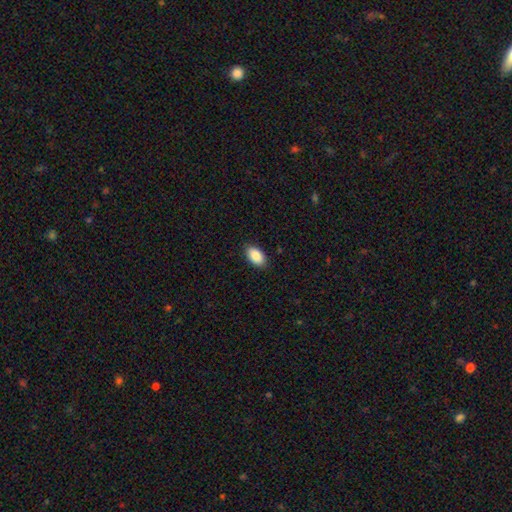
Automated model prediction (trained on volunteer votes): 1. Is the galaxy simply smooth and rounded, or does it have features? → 89% smooth, 7% star or artifact, 4% featured or disk.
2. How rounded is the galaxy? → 94% in between, 5% round, 1% cigar-shaped.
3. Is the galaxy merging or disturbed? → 89% none, 9% minor disturbance, 2% major disturbance, 1% merger.